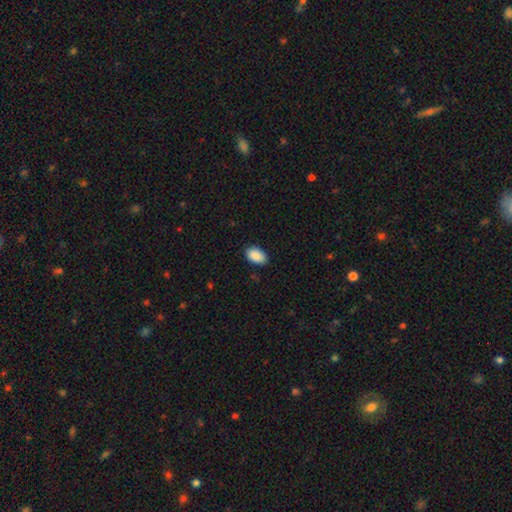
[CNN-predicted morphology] smooth-or-featured: smooth: 91% | star or artifact: 7% | featured or disk: 3%
  how-rounded: in between: 92% | round: 7% | cigar-shaped: 1%
  merging: none: 86% | minor disturbance: 11% | major disturbance: 2% | merger: 1%